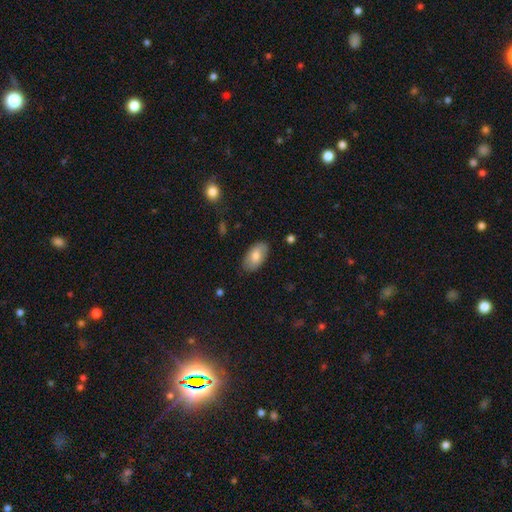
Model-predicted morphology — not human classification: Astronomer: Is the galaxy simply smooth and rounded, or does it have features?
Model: smooth — 77%.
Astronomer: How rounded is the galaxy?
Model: in between — 95%.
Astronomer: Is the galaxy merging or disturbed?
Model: none — 84%.